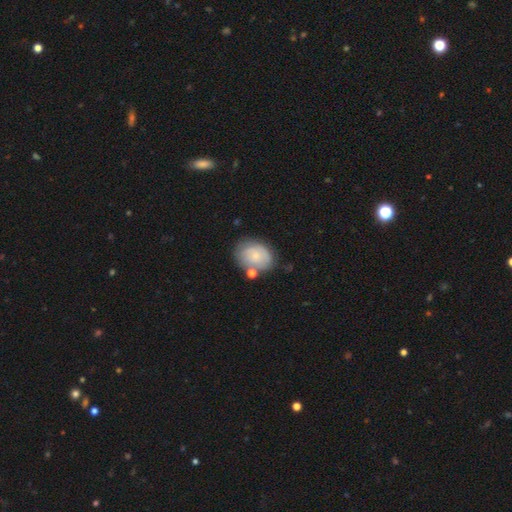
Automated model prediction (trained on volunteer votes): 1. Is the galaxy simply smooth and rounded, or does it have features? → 60% smooth, 32% featured or disk, 8% star or artifact.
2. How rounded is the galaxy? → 62% in between, 37% round, 1% cigar-shaped.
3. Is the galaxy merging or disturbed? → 61% none, 22% minor disturbance, 9% merger, 7% major disturbance.